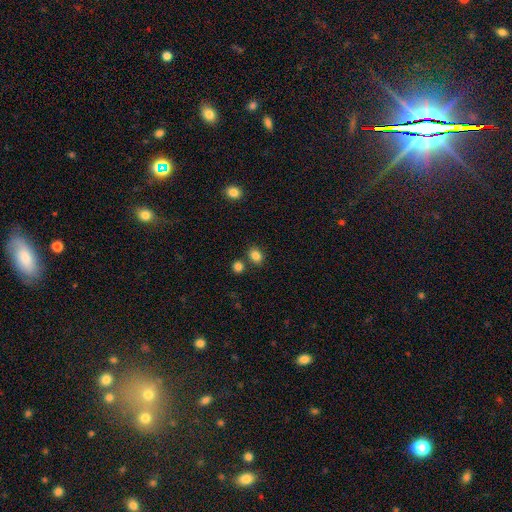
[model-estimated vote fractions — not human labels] Smooth or featured? Predicted: smooth (p=0.84). How rounded? Predicted: in between (p=0.56). Merging? Predicted: none (p=0.74).